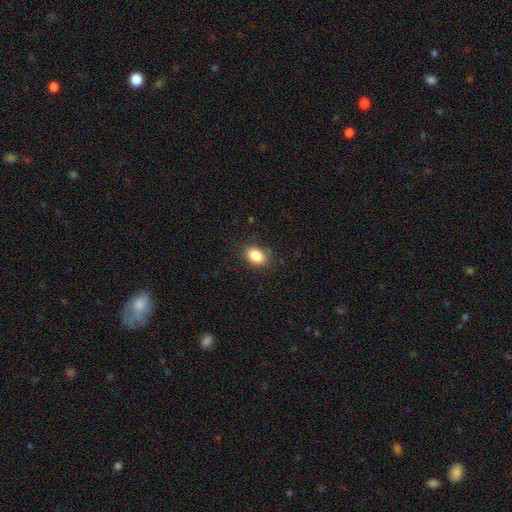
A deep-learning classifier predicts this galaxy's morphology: type=smooth (87%); roundness=in between (79%); merging=none (85%).